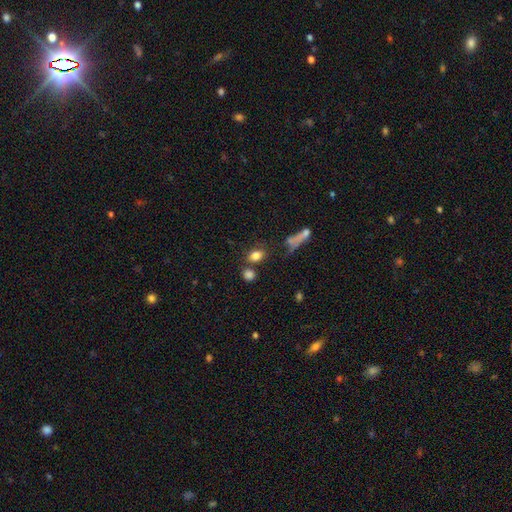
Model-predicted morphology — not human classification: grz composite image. It shows a smooth galaxy with no disk features (81%) that is in between round and cigar-shaped (70%). Merging: none (64%).